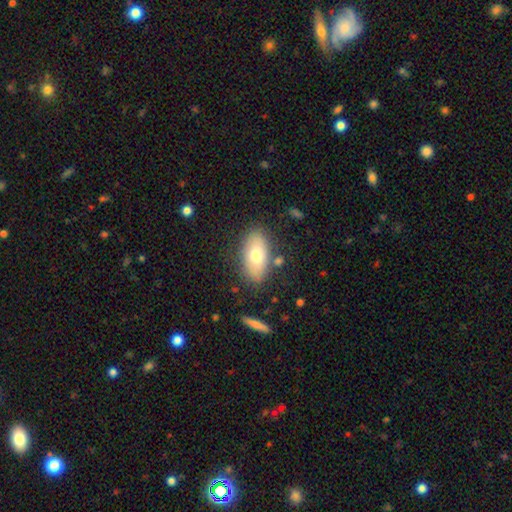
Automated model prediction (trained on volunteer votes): Smooth or featured? smooth (68%)
How rounded? in between (91%)
Merging? none (80%)